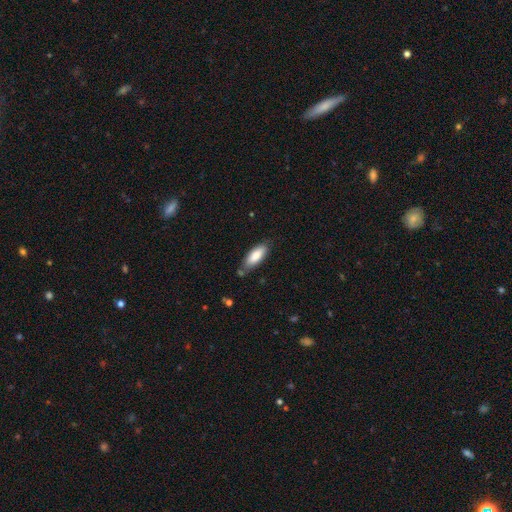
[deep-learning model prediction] Q: Smooth or featured?
A: smooth (83%); runner-up: featured or disk (11%)
Q: How rounded?
A: in between (70%); runner-up: cigar-shaped (29%)
Q: Merging?
A: none (73%); runner-up: minor disturbance (18%)